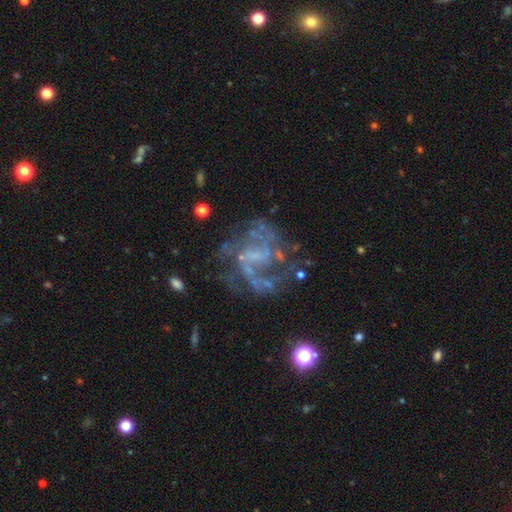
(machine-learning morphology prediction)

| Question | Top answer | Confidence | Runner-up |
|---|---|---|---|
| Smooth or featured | featured or disk | 81% | star or artifact (12%) |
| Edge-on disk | no | 98% | yes (2%) |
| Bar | no | 43% | weak (40%) |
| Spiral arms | yes | 81% | no (19%) |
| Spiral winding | medium | 45% | loose (33%) |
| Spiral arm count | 2 | 44% | can't tell (27%) |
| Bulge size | none | 59% | small (26%) |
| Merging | none | 55% | major disturbance (25%) |